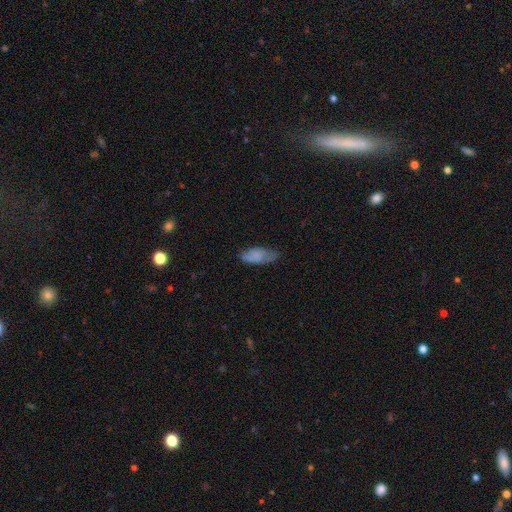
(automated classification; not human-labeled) Morphology: type=smooth (73%); roundness=in between (84%); merging=none (58%).